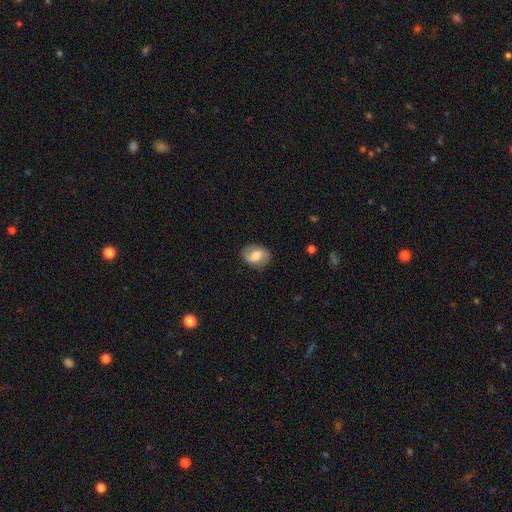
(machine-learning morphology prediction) smooth 58%, featured or disk 34%, star or artifact 8%. Down the decision tree: how rounded — in between (64%); merging — none (79%).